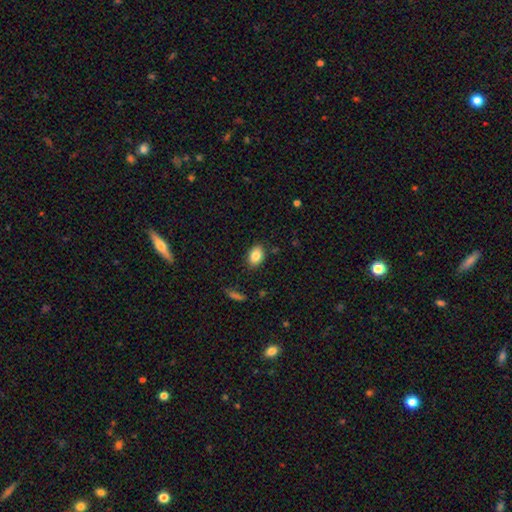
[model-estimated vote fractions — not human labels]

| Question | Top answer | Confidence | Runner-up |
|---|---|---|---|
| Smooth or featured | smooth | 85% | star or artifact (8%) |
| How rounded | in between | 81% | round (18%) |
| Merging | none | 86% | minor disturbance (10%) |